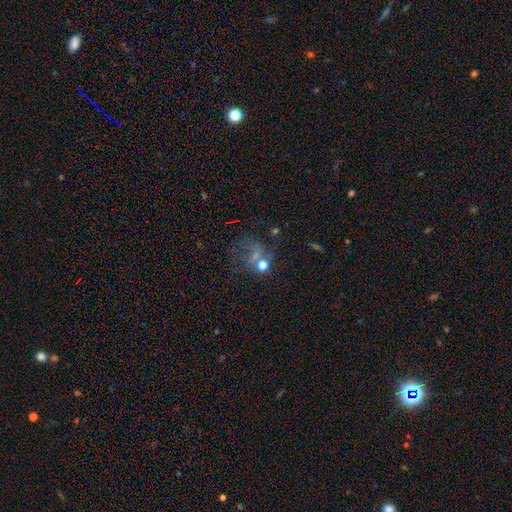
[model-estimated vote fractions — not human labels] Smooth or featured: smooth — 39% (star or artifact — 35%)
Merging: none — 41% (major disturbance — 28%)